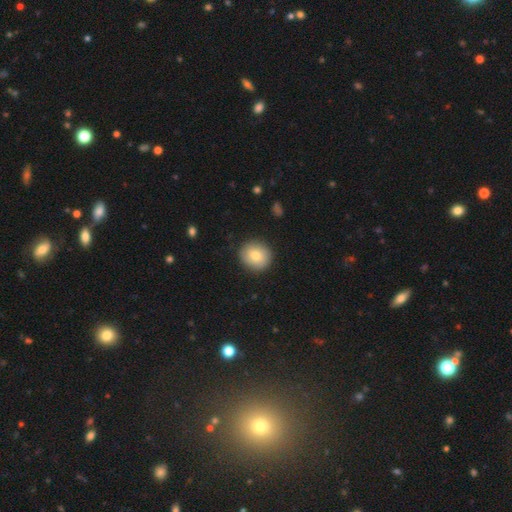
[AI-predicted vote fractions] A smooth galaxy with no disk features (79%) that is round (87%).

Vote fractions:
- Smooth or featured? smooth: 79% / featured or disk: 13% / star or artifact: 8%
- How rounded? round: 87% / in between: 12% / cigar-shaped: 1%
- Merging? none: 88% / minor disturbance: 8% / major disturbance: 2% / merger: 1%